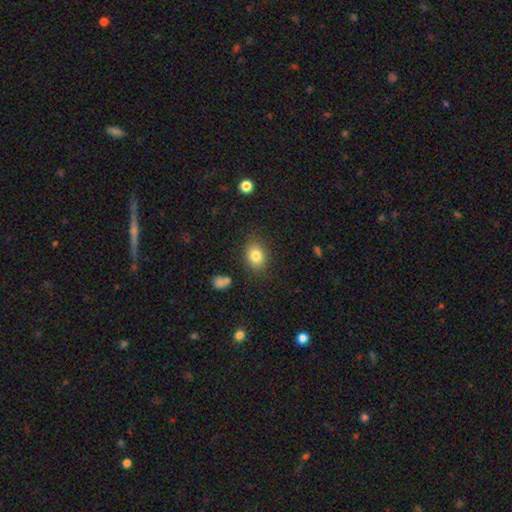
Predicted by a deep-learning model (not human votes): The model was most divided on "how rounded": in between: 63%, round: 36%, cigar-shaped: 1%. More confident: merging — none (82%); smooth or featured — smooth (81%).